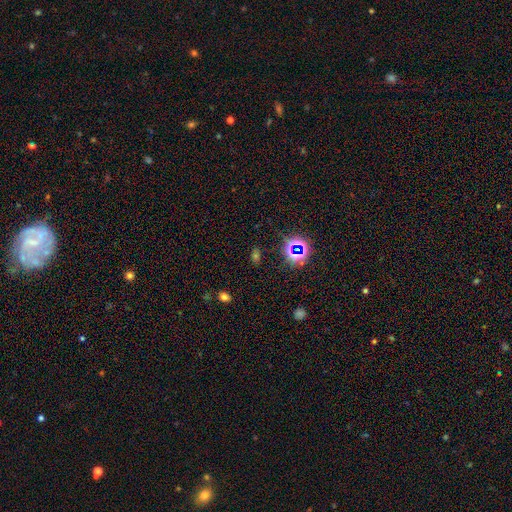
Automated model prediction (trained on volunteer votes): This is possibly a star or artifact rather than a galaxy (54%).